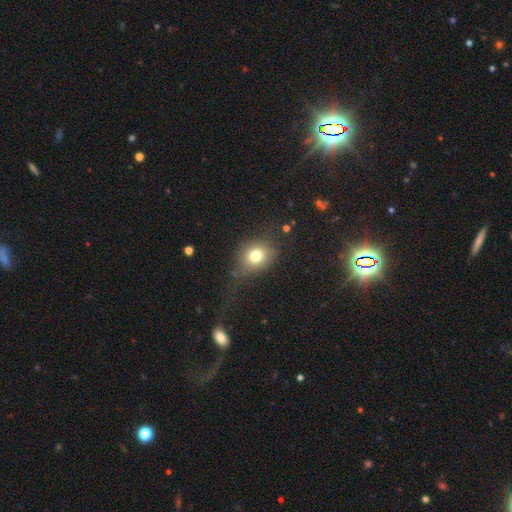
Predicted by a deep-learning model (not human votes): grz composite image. It shows a smooth galaxy with no disk features (75%) that is round (56%). Merging: none (58%).